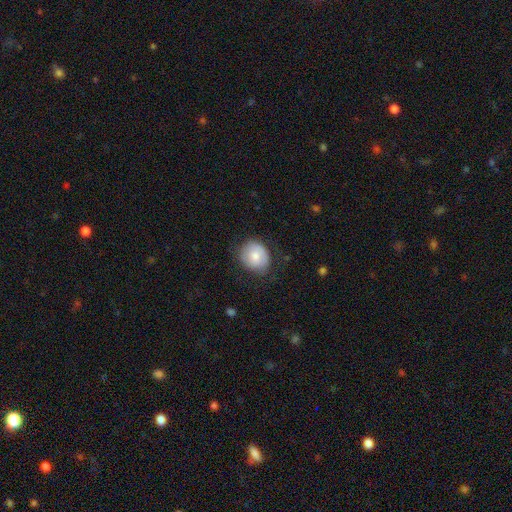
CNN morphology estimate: smooth-or-featured: smooth: 75% | featured or disk: 18% | star or artifact: 7%
  how-rounded: round: 69% | in between: 30% | cigar-shaped: 1%
  merging: none: 71% | minor disturbance: 22% | major disturbance: 6% | merger: 1%